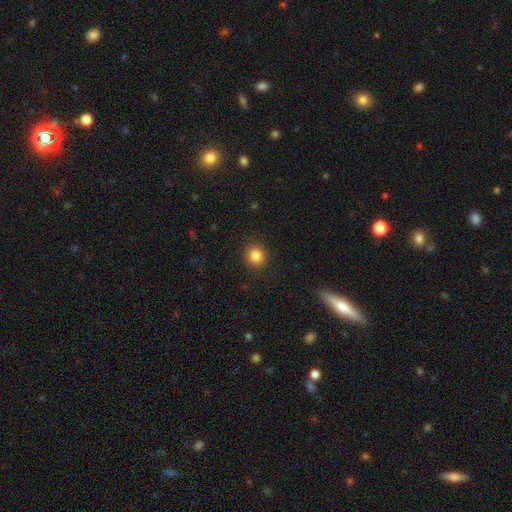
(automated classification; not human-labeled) smooth-or-featured: smooth: 84% | star or artifact: 11% | featured or disk: 5%
  how-rounded: round: 89% | in between: 10% | cigar-shaped: 1%
  merging: none: 91% | minor disturbance: 6% | major disturbance: 2% | merger: 1%